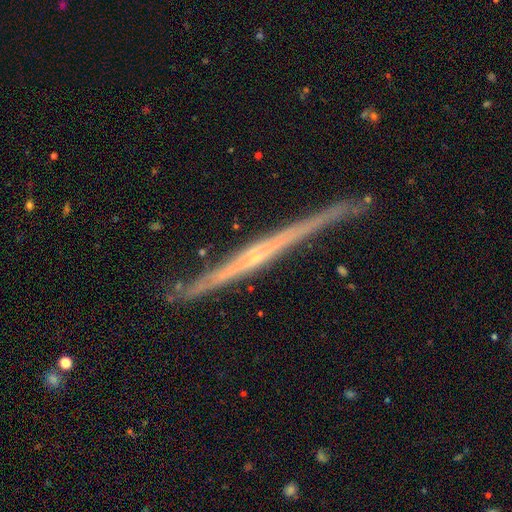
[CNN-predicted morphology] A featured or disk galaxy (83%) viewed edge-on (98%) with a rounded central bulge (47%).

Vote fractions:
- Smooth or featured? featured or disk: 83% / smooth: 12% / star or artifact: 6%
- Edge-on disk? yes: 98% / no: 2%
- Edge-on bulge? rounded: 47% / none: 46% / boxy: 7%
- Merging? none: 82% / minor disturbance: 14% / major disturbance: 2% / merger: 2%